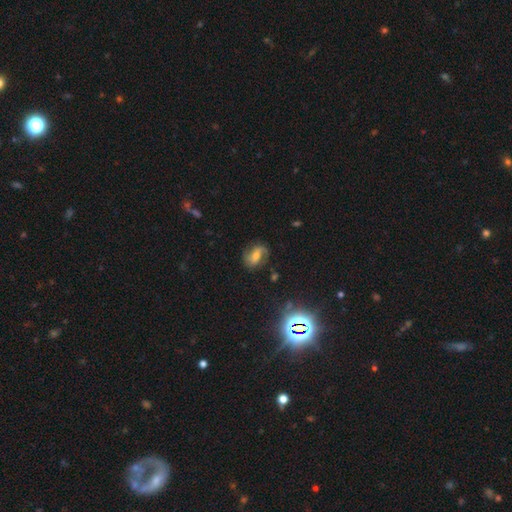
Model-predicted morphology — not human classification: smooth-or-featured: featured or disk: 61% | smooth: 27% | star or artifact: 13%
  disk-edge-on: no: 96% | yes: 4%
    bar: weak: 42% | no: 31% | strong: 26%
    has-spiral-arms: yes: 90% | no: 10%
      spiral-winding: medium: 43% | loose: 36% | tight: 21%
      spiral-arm-count: 2: 82% | can't tell: 8% | 1: 6% | 3: 2% | 4: 1% | more than 4: 1%
    bulge-size: moderate: 48% | small: 33% | large: 9% | none: 8% | dominant: 2%
  merging: none: 72% | minor disturbance: 18% | major disturbance: 8% | merger: 2%